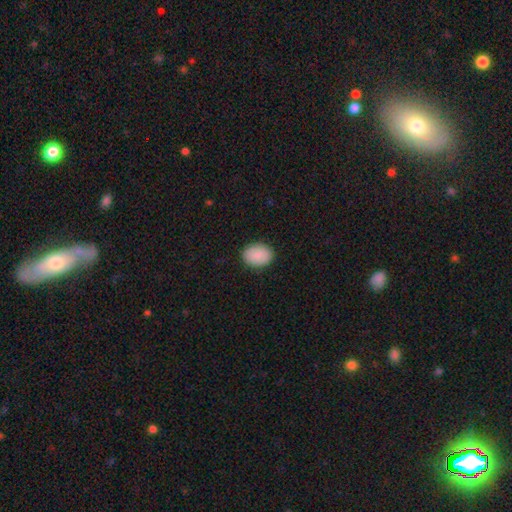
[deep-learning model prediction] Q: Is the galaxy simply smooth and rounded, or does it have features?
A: smooth — 89%.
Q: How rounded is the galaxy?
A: in between — 67%.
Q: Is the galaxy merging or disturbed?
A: none — 89%.